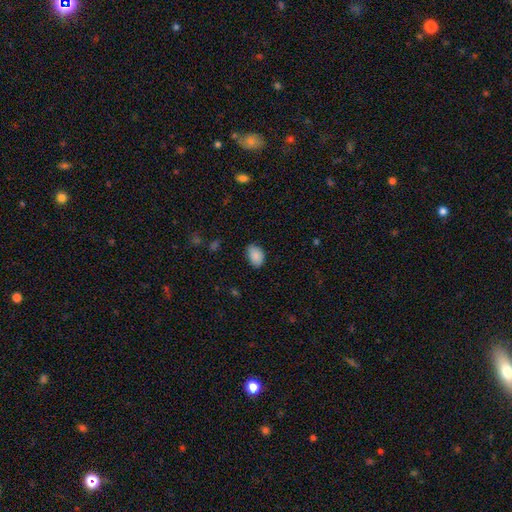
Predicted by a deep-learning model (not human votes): Smooth or featured? smooth (89%)
How rounded? in between (86%)
Merging? none (80%)